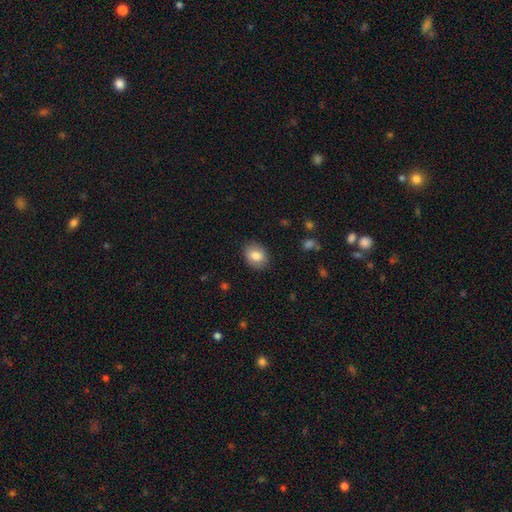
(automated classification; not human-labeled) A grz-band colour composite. It shows a smooth galaxy with no disk features (82%) that is in between round and cigar-shaped (62%). Merging: none (86%).